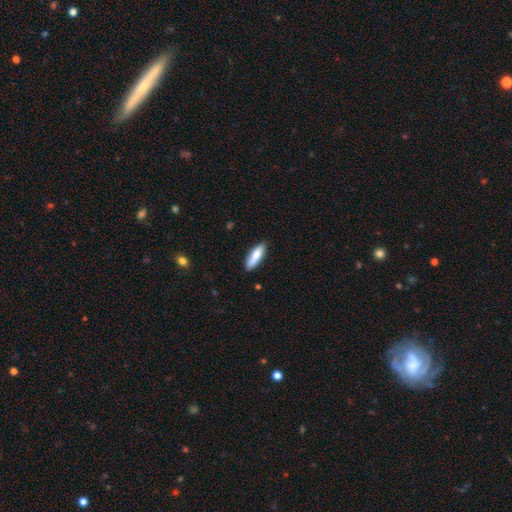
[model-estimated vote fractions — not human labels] smooth 81%, featured or disk 13%, star or artifact 6%. Down the decision tree: how rounded — cigar-shaped (52%); merging — none (81%).